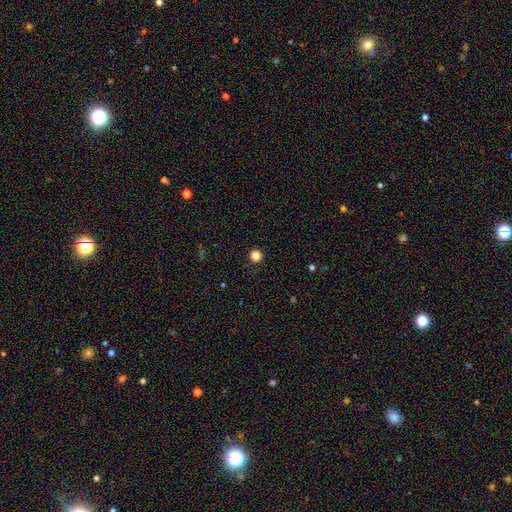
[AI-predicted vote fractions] The model was most divided on "smooth or featured": smooth: 83%, star or artifact: 13%, featured or disk: 4%. More confident: how rounded — round (95%); merging — none (92%).